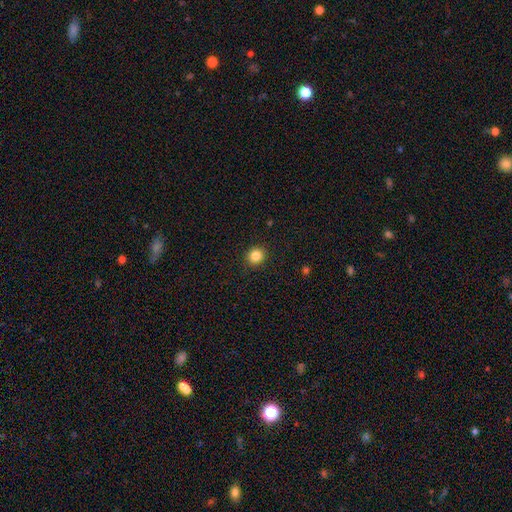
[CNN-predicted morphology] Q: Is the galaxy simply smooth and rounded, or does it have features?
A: smooth — 84%.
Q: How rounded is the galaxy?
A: round — 87%.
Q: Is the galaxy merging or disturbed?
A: none — 92%.